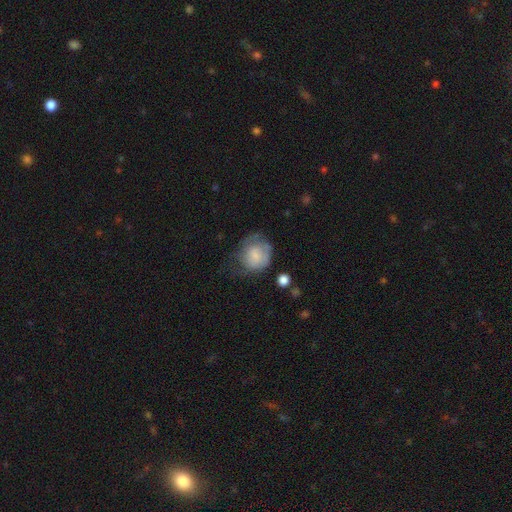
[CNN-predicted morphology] This is likely a smooth galaxy (68%). How rounded: likely round (71%). Merging: marginally none (39%).